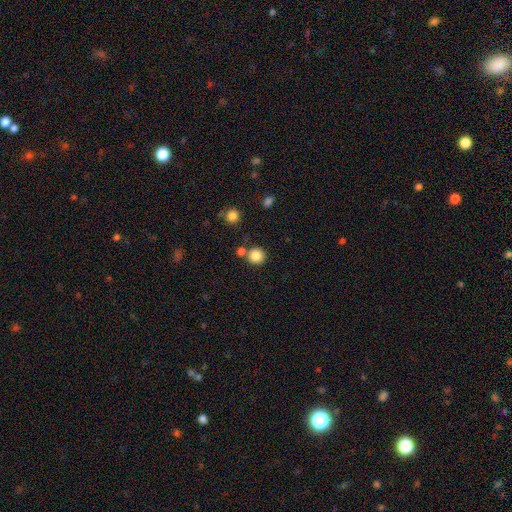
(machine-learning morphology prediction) The model was most divided on "merging": none: 75%, merger: 13%, minor disturbance: 9%, major disturbance: 3%. More confident: how rounded — round (93%); smooth or featured — smooth (85%).